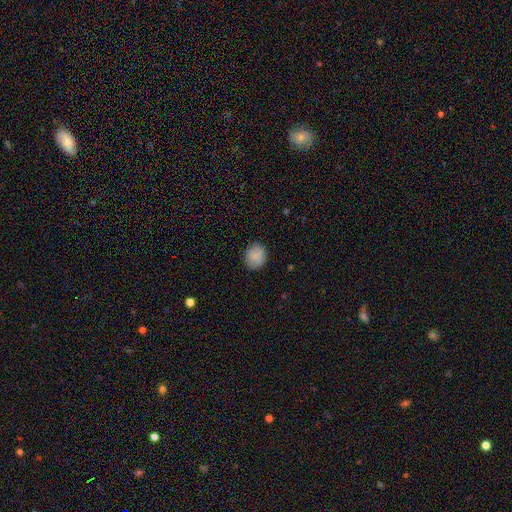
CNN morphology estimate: Smooth or featured? smooth (87%)
How rounded? round (71%)
Merging? none (86%)